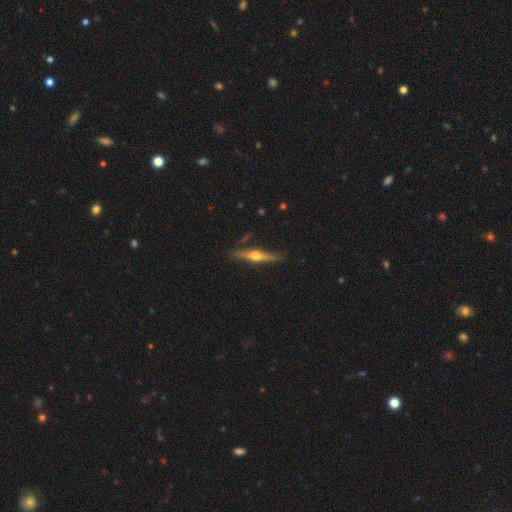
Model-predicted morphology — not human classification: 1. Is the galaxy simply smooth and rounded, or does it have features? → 71% featured or disk, 23% smooth, 6% star or artifact.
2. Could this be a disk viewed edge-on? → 97% yes, 3% no.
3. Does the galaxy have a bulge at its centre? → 93% rounded, 3% none, 3% boxy.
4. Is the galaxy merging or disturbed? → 85% none, 11% minor disturbance, 2% merger, 2% major disturbance.